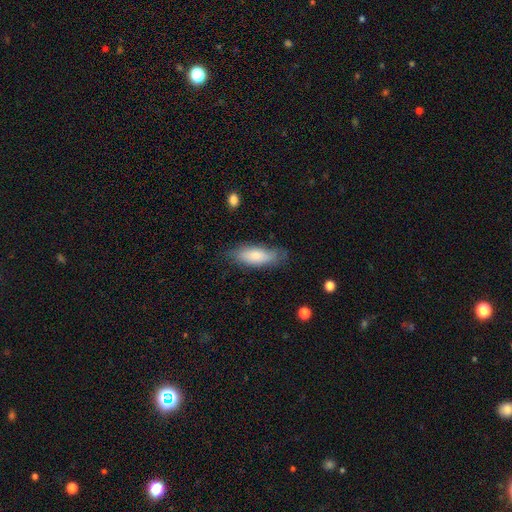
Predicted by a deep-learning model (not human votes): smooth_or_featured: smooth (p=0.75) [alt: featured or disk p=0.19]
how_rounded: in between (p=0.65) [alt: cigar-shaped p=0.33]
merging: none (p=0.72) [alt: minor disturbance p=0.21]